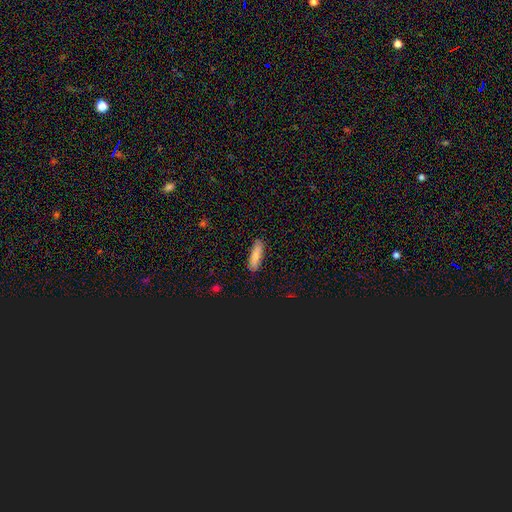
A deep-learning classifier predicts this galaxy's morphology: A smooth galaxy with no disk features (81%) that is cigar-shaped (54%). Merging: none (87%).